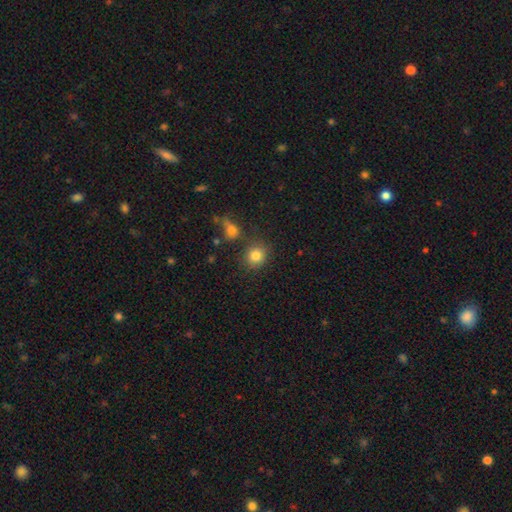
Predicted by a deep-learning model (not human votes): Smooth or featured: smooth — 82% (star or artifact — 12%)
How rounded: round — 84% (in between — 15%)
Merging: none — 76% (merger — 11%)